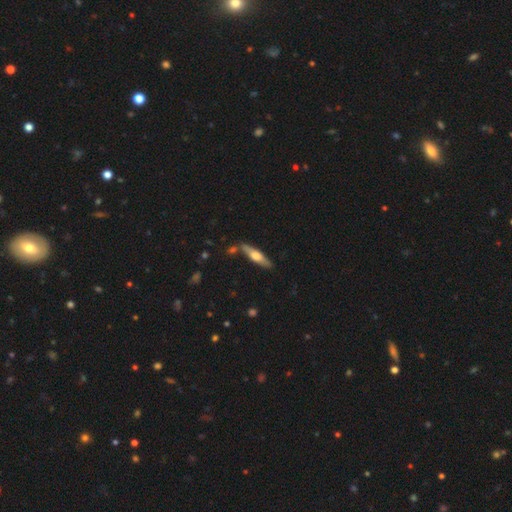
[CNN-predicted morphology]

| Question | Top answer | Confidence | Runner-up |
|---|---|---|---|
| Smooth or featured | featured or disk | 51% | smooth (44%) |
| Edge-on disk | yes | 91% | no (9%) |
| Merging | none | 79% | minor disturbance (13%) |